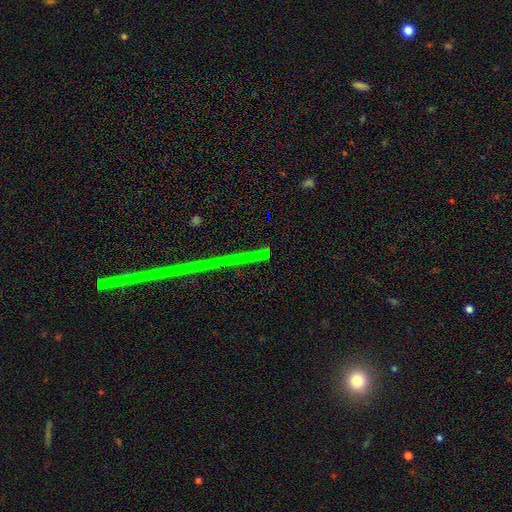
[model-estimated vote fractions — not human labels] This appears to be a star or artifact, not a galaxy (81%).